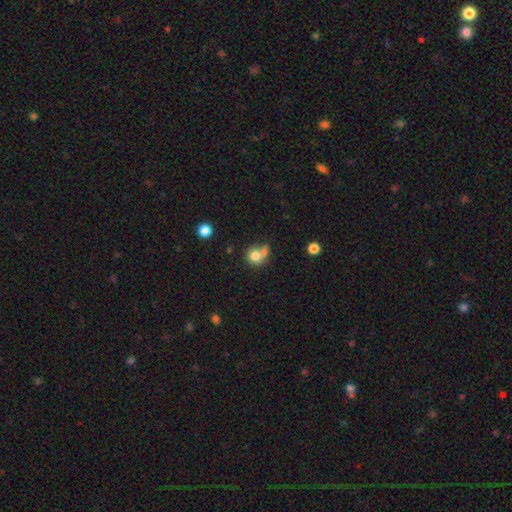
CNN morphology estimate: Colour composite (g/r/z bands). It shows a smooth galaxy with no disk features (79%) that is round (81%). Merging: none (41%).